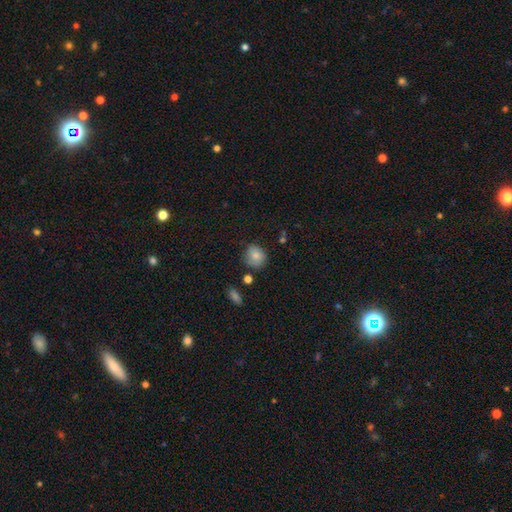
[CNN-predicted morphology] smooth_or_featured: smooth (p=0.79) [alt: featured or disk p=0.12]
how_rounded: round (p=0.77) [alt: in between p=0.22]
merging: none (p=0.66) [alt: minor disturbance p=0.25]